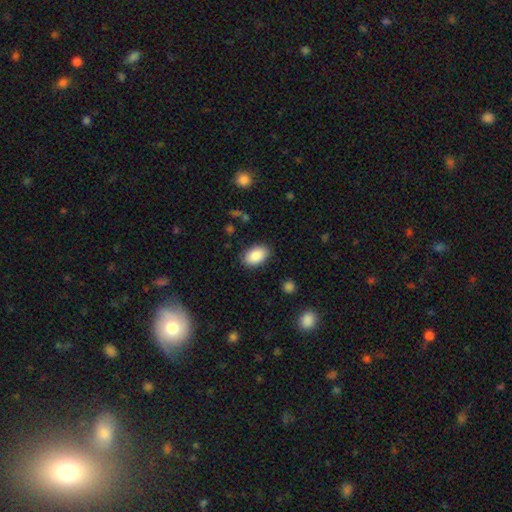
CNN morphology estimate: smooth_or_featured: smooth (p=0.88) [alt: star or artifact p=0.07]
how_rounded: in between (p=0.91) [alt: round p=0.08]
merging: none (p=0.86) [alt: minor disturbance p=0.10]